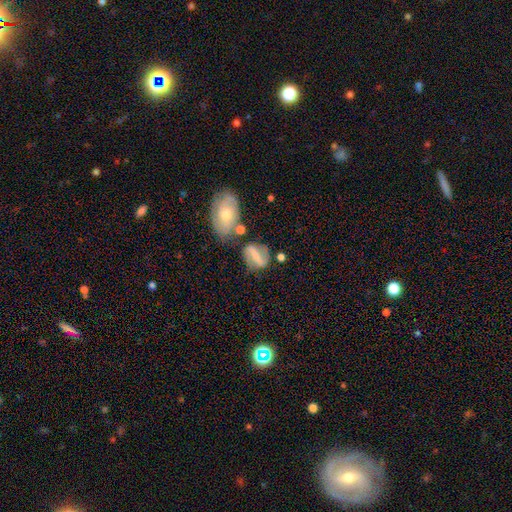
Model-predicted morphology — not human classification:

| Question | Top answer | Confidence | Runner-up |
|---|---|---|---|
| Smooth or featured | featured or disk | 57% | smooth (34%) |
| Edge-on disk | no | 93% | yes (7%) |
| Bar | strong | 54% | weak (30%) |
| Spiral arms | yes | 76% | no (24%) |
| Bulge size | small | 39% | none (35%) |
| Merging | none | 59% | minor disturbance (19%) |